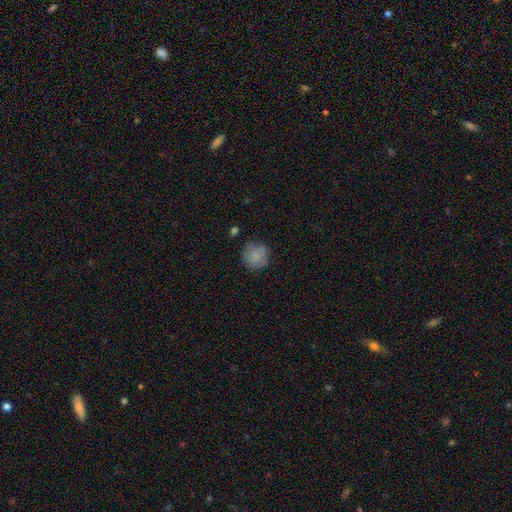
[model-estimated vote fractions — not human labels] Overall: smooth (81%). How rounded: round (91%). Merging: none (75%).